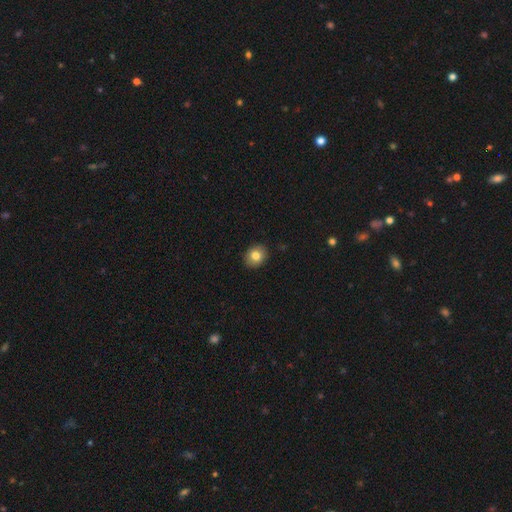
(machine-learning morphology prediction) A smooth galaxy with no disk features (81%) that is round (63%).

Vote fractions:
- Smooth or featured? smooth: 81% / featured or disk: 9% / star or artifact: 9%
- How rounded? round: 63% / in between: 37% / cigar-shaped: 1%
- Merging? none: 90% / minor disturbance: 7% / major disturbance: 2% / merger: 1%